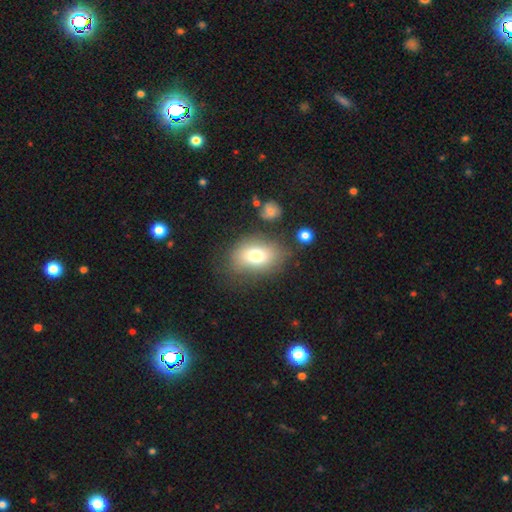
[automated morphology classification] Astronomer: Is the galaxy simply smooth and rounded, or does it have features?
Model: smooth — 75%.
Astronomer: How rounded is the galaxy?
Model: in between — 78%.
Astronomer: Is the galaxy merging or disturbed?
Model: none — 72%.